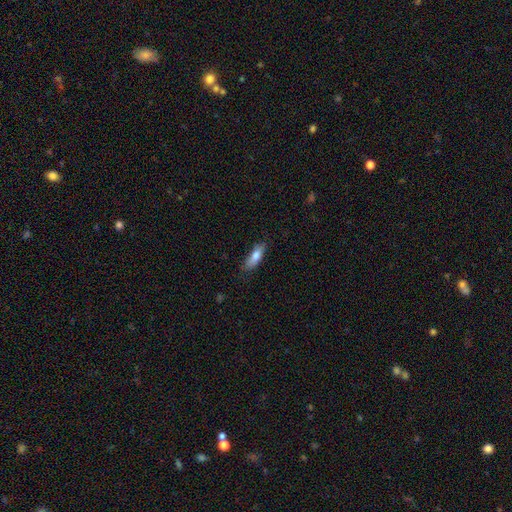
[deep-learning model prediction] smooth_or_featured: smooth (p=0.78) [alt: featured or disk p=0.15]
how_rounded: in between (p=0.60) [alt: cigar-shaped p=0.38]
merging: none (p=0.73) [alt: minor disturbance p=0.21]